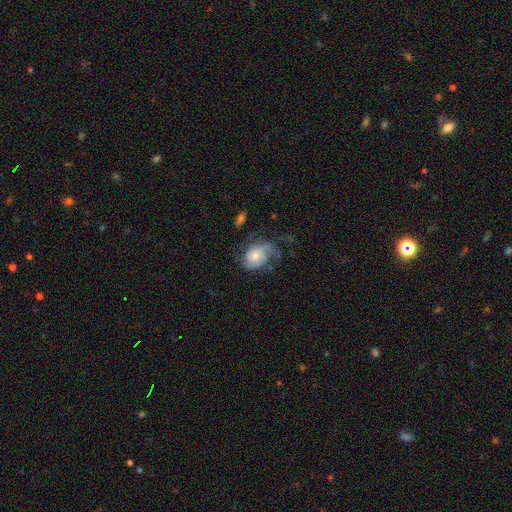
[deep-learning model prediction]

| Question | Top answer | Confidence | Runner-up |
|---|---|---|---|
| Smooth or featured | featured or disk | 69% | smooth (24%) |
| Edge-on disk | no | 97% | yes (3%) |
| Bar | no | 75% | weak (22%) |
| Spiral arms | yes | 89% | no (11%) |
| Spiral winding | medium | 39% | tight (36%) |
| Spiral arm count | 2 | 48% | can't tell (20%) |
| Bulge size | moderate | 49% | small (40%) |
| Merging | none | 43% | major disturbance (29%) |